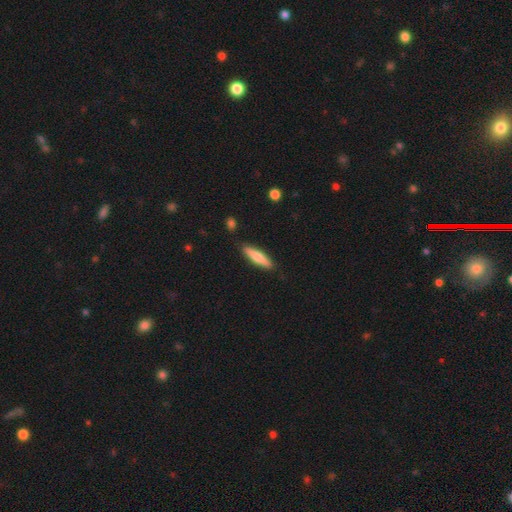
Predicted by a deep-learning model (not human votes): Smooth or featured?
  - smooth: 70% *
  - featured or disk: 25%
  - star or artifact: 5%
How rounded?
  - cigar-shaped: 80% *
  - in between: 19%
  - round: 2%
Merging?
  - none: 88% *
  - minor disturbance: 9%
  - major disturbance: 2%
  - merger: 2%